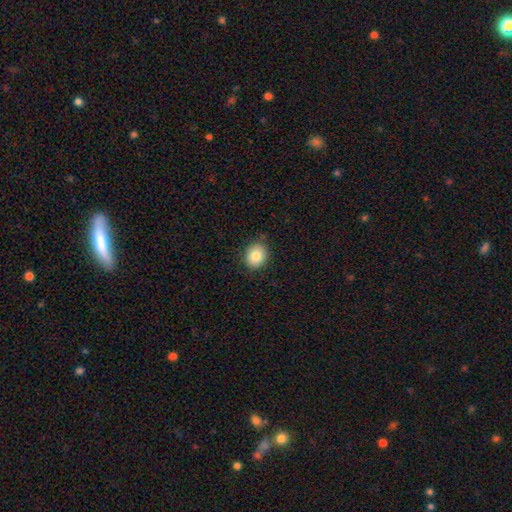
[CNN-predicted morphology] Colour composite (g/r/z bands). It shows a smooth galaxy with no disk features (82%) that is round (62%). Merging: none (85%).